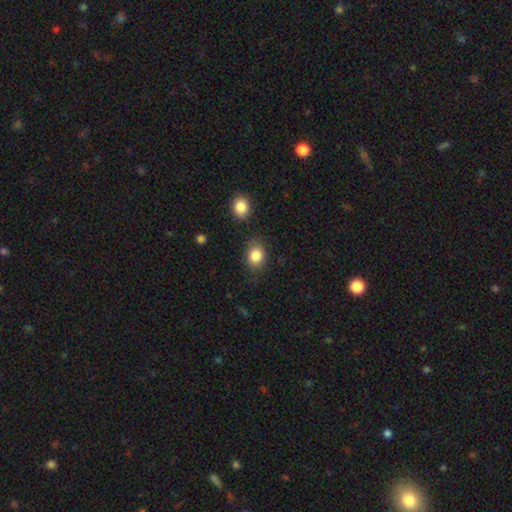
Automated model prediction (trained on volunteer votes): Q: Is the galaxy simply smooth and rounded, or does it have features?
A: smooth — 85%.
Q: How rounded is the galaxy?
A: in between — 56%.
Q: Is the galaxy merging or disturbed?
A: none — 77%.